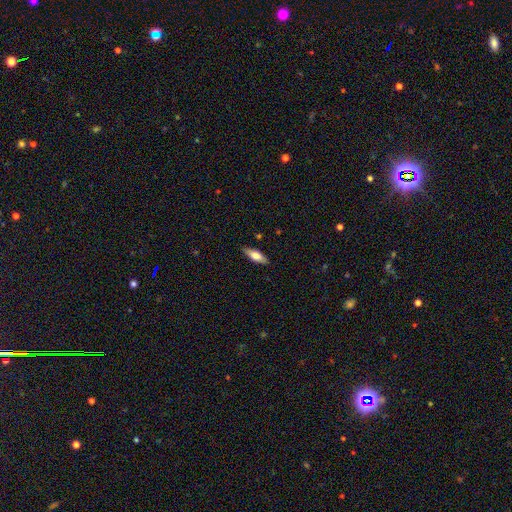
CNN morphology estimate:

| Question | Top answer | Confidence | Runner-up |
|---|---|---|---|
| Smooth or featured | smooth | 64% | featured or disk (31%) |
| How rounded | in between | 57% | cigar-shaped (41%) |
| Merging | none | 87% | minor disturbance (10%) |